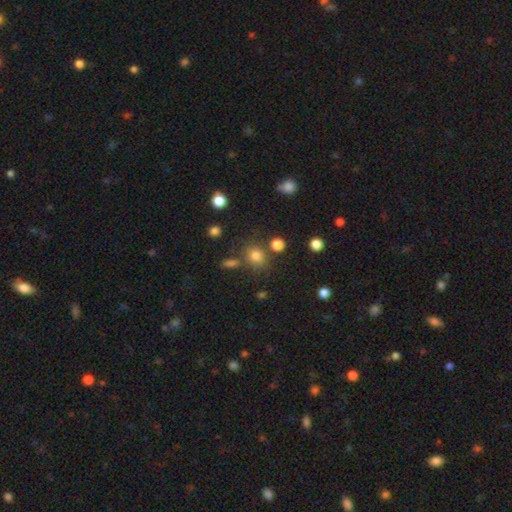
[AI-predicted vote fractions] A smooth galaxy with no disk features (78%) that is round (73%). Merging: none (70%).